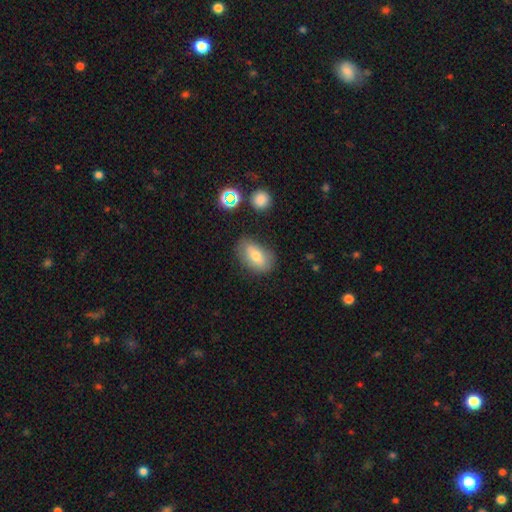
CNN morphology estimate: Q: Smooth or featured?
A: smooth (70%); runner-up: featured or disk (21%)
Q: How rounded?
A: in between (88%); runner-up: round (10%)
Q: Merging?
A: none (76%); runner-up: minor disturbance (17%)